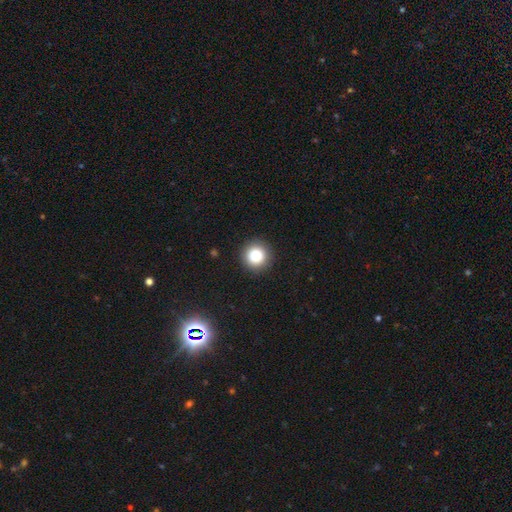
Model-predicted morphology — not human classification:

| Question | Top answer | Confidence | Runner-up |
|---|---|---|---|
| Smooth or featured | smooth | 86% | star or artifact (10%) |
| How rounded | round | 95% | in between (4%) |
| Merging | none | 91% | minor disturbance (6%) |